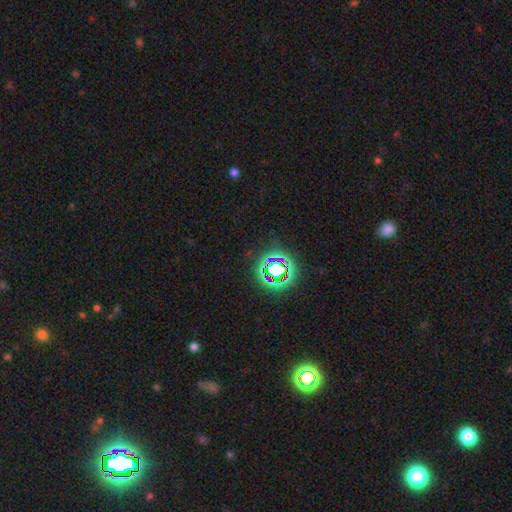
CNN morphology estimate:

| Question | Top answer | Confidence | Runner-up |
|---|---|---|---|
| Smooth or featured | star or artifact | 75% | smooth (15%) |